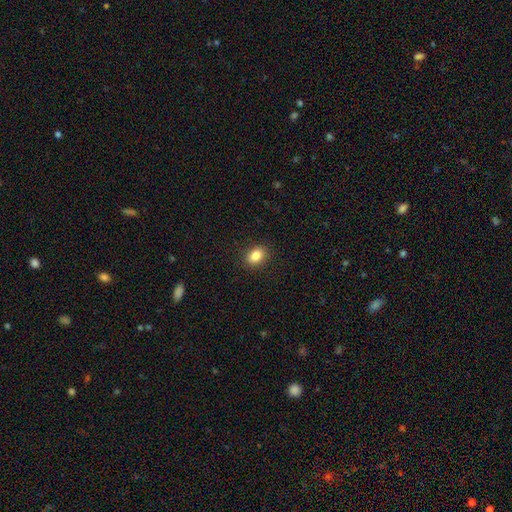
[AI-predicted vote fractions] Smooth or featured?
  - smooth: 85% *
  - star or artifact: 9%
  - featured or disk: 6%
How rounded?
  - in between: 73% *
  - round: 26%
  - cigar-shaped: 1%
Merging?
  - none: 90% *
  - minor disturbance: 7%
  - major disturbance: 2%
  - merger: 1%